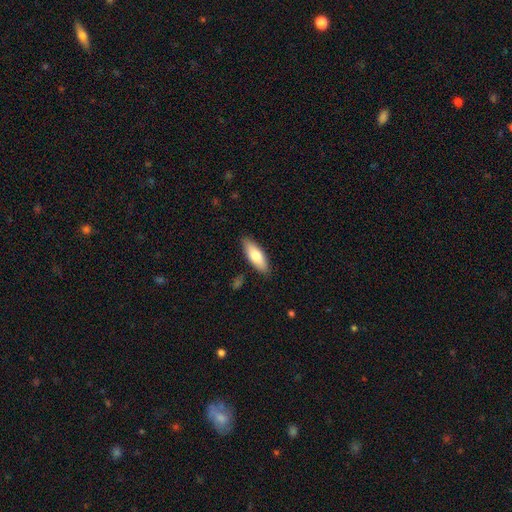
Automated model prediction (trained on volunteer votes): smooth_or_featured: smooth (p=0.76) [alt: featured or disk p=0.19]
how_rounded: in between (p=0.65) [alt: cigar-shaped p=0.33]
merging: none (p=0.86) [alt: minor disturbance p=0.11]